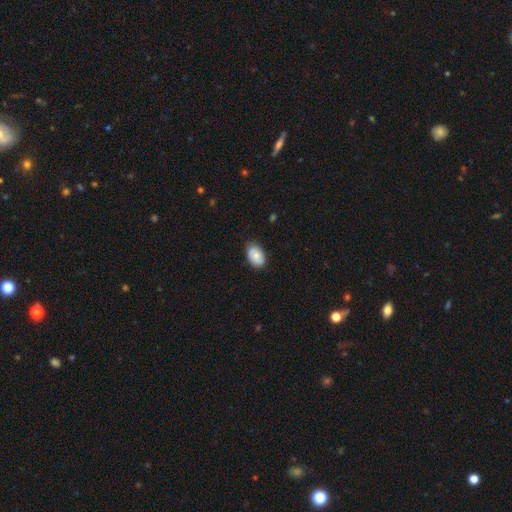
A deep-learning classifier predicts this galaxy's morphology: type=smooth (74%); roundness=in between (88%); merging=none (80%).